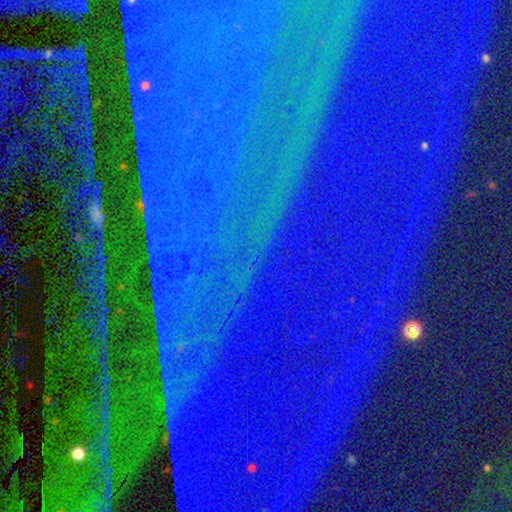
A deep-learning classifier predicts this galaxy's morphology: Overall: star or artifact (87%).